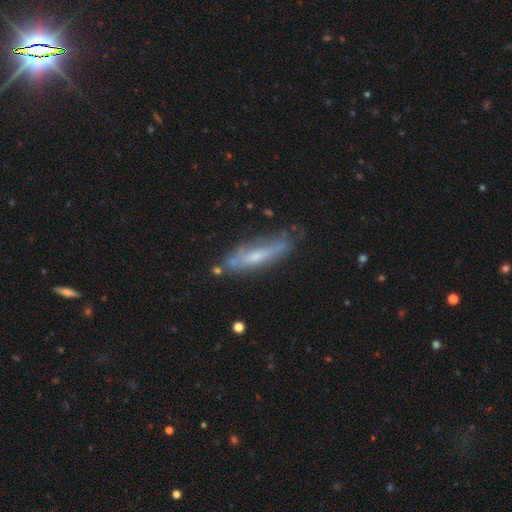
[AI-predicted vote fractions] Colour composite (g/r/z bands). It shows a featured or disk galaxy (50%) viewed edge-on (60%). Merging: none (60%).